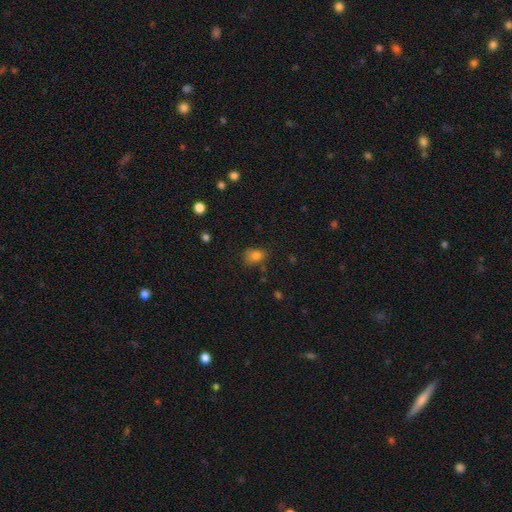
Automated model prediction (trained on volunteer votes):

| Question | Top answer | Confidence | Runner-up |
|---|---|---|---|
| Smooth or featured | smooth | 80% | star or artifact (12%) |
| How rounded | in between | 62% | round (37%) |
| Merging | none | 67% | minor disturbance (23%) |